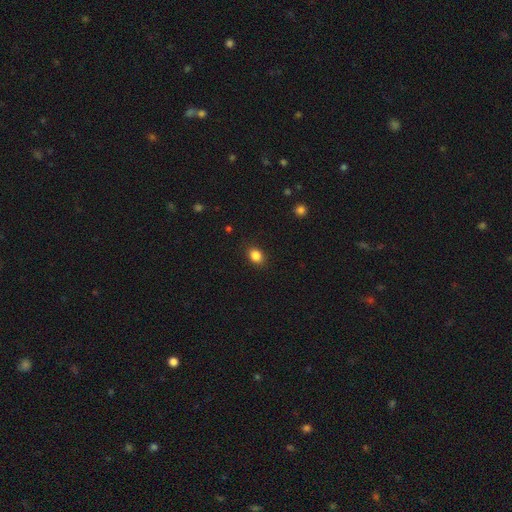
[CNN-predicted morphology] Smooth or featured? Predicted: smooth (p=0.86). How rounded? Predicted: in between (p=0.61). Merging? Predicted: none (p=0.88).